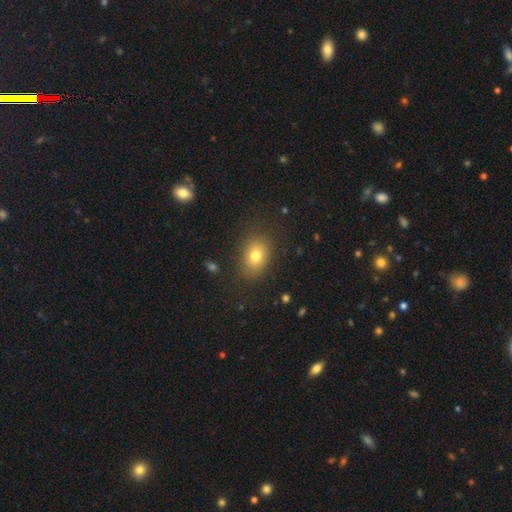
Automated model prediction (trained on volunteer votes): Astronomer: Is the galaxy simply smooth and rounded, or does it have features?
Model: smooth — 77%.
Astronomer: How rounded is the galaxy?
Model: in between — 67%.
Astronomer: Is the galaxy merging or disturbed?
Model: none — 82%.